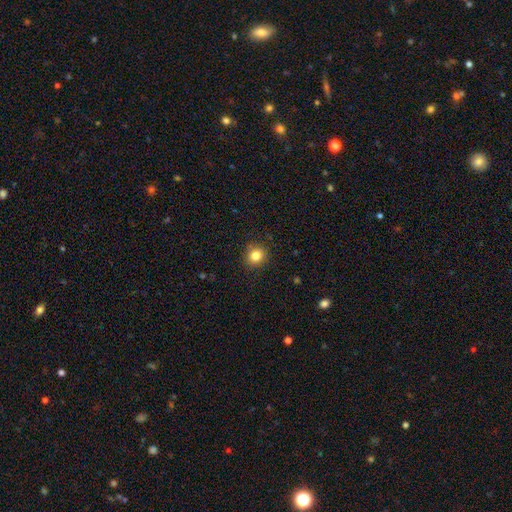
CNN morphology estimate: smooth-or-featured: smooth: 83% | star or artifact: 11% | featured or disk: 6%
  how-rounded: round: 86% | in between: 13% | cigar-shaped: 1%
  merging: none: 90% | minor disturbance: 7% | major disturbance: 2% | merger: 1%